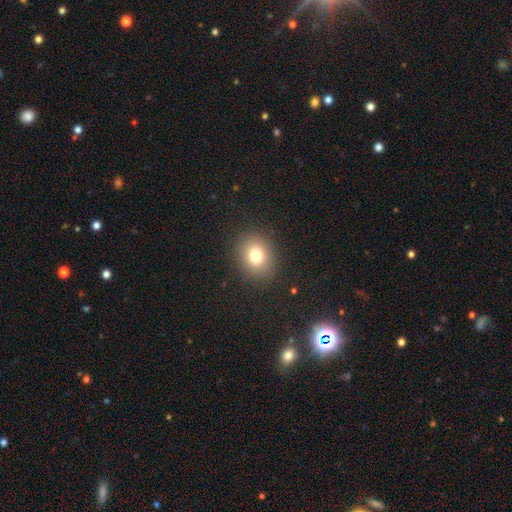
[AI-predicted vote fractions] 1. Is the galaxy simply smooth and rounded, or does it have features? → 77% smooth, 13% star or artifact, 10% featured or disk.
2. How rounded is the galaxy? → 61% round, 39% in between, 1% cigar-shaped.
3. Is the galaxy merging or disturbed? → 88% none, 7% minor disturbance, 3% major disturbance, 1% merger.